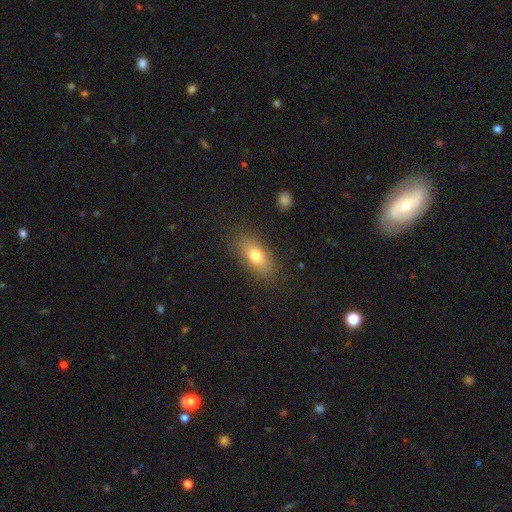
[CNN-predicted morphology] smooth-or-featured: smooth: 75% | featured or disk: 16% | star or artifact: 9%
  how-rounded: in between: 82% | cigar-shaped: 11% | round: 7%
  merging: none: 82% | minor disturbance: 12% | major disturbance: 4% | merger: 1%